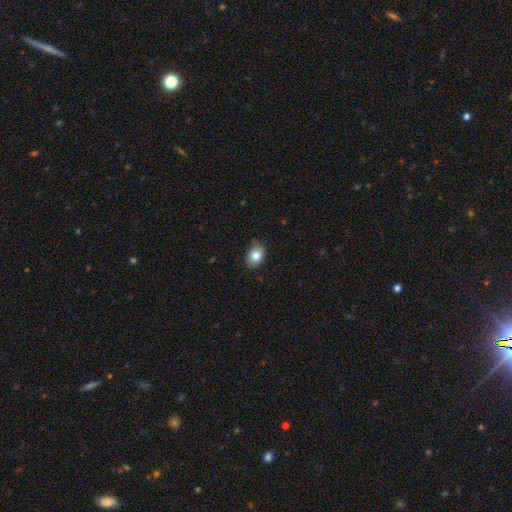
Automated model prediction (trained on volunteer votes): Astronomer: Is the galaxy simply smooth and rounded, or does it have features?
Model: smooth — 82%.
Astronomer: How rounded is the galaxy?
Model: in between — 76%.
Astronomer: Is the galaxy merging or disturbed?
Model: none — 83%.